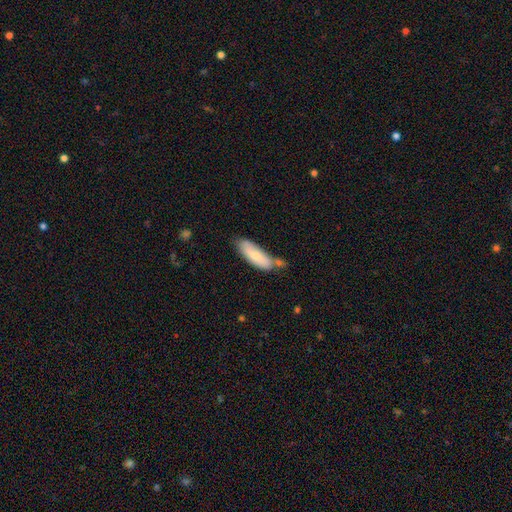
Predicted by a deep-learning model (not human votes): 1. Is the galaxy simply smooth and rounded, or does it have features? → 74% smooth, 21% featured or disk, 6% star or artifact.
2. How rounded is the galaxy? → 57% in between, 41% cigar-shaped, 2% round.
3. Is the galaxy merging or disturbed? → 50% none, 25% minor disturbance, 19% merger, 6% major disturbance.